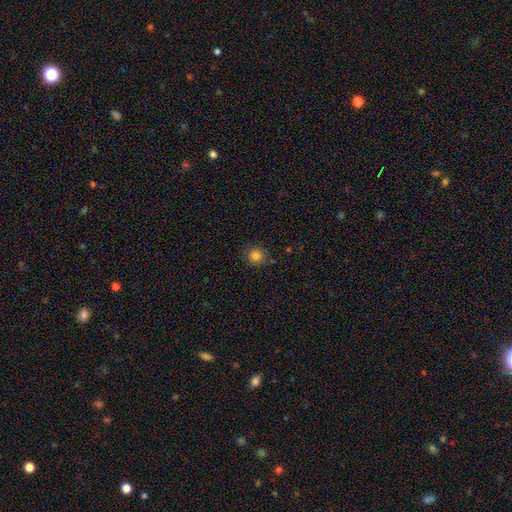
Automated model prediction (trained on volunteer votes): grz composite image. It shows a smooth galaxy with no disk features (83%) that is round (91%). Merging: none (85%).